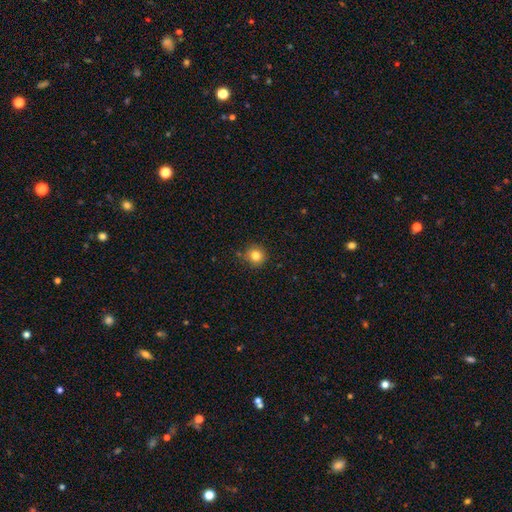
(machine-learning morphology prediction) Smooth or featured?
  - smooth: 82% *
  - star or artifact: 12%
  - featured or disk: 6%
How rounded?
  - round: 93% *
  - in between: 6%
  - cigar-shaped: 1%
Merging?
  - none: 86% *
  - minor disturbance: 9%
  - merger: 3%
  - major disturbance: 2%